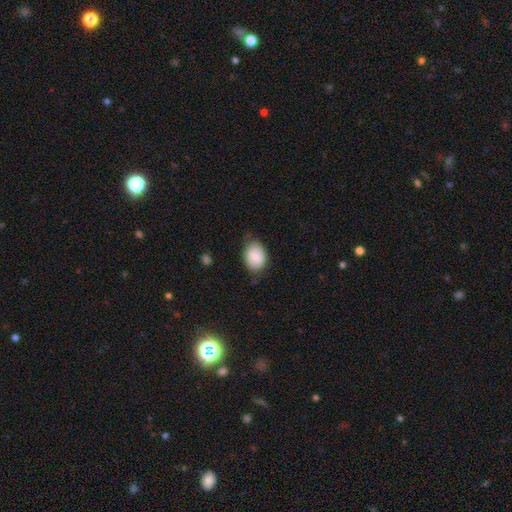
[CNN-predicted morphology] smooth-or-featured: smooth: 83% | featured or disk: 10% | star or artifact: 7%
  how-rounded: in between: 78% | round: 21% | cigar-shaped: 1%
  merging: none: 68% | minor disturbance: 25% | major disturbance: 5% | merger: 1%